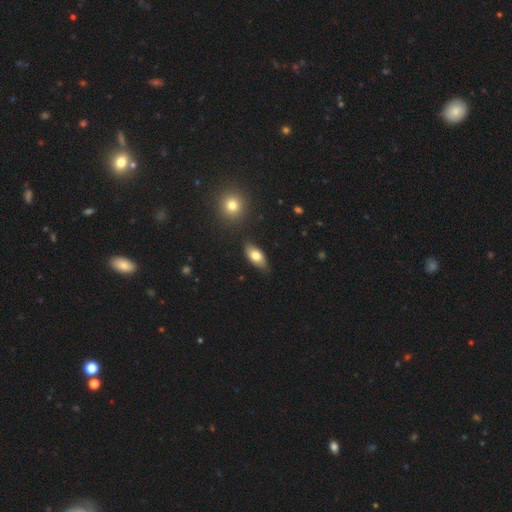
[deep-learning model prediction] A smooth galaxy with no disk features (75%) that is in between round and cigar-shaped (89%).

Vote fractions:
- Smooth or featured? smooth: 75% / featured or disk: 18% / star or artifact: 7%
- How rounded? in between: 89% / cigar-shaped: 7% / round: 4%
- Merging? none: 79% / minor disturbance: 15% / major disturbance: 3% / merger: 3%